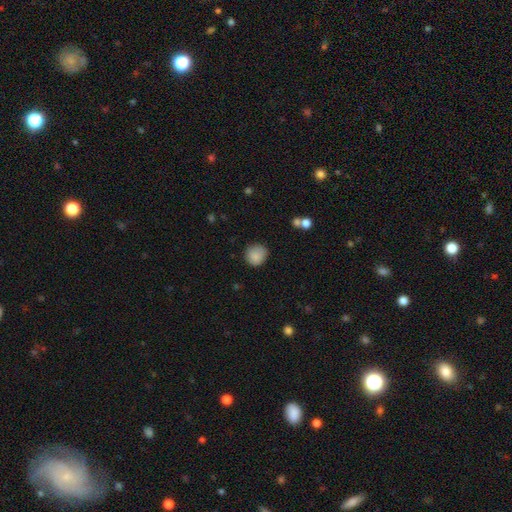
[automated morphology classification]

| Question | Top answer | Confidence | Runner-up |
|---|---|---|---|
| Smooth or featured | smooth | 86% | star or artifact (8%) |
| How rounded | round | 87% | in between (12%) |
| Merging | none | 79% | minor disturbance (16%) |